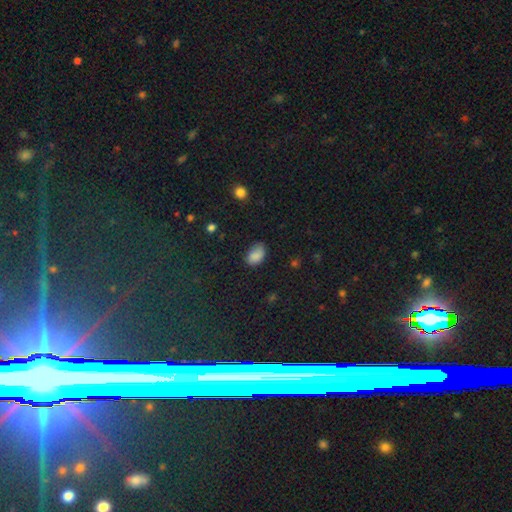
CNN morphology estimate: Overall: smooth (84%). How rounded: in between (87%). Merging: none (64%; minor disturbance 28%).